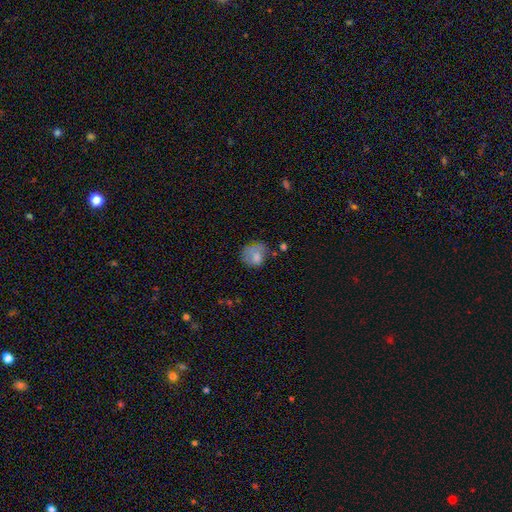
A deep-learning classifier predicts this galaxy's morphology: The model was most divided on "merging": none: 41%, minor disturbance: 30%, major disturbance: 23%, merger: 6%. More confident: smooth or featured — smooth (69%); how rounded — round (61%).